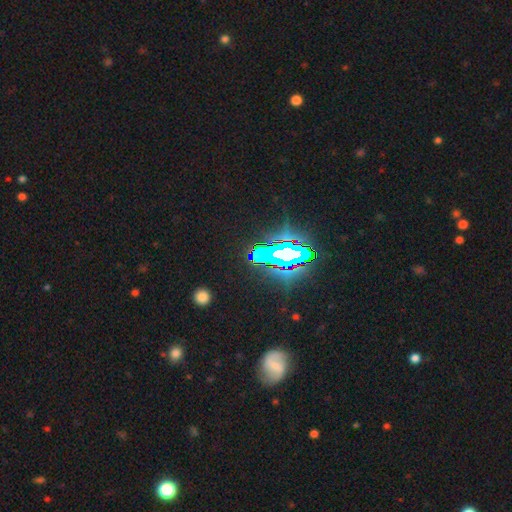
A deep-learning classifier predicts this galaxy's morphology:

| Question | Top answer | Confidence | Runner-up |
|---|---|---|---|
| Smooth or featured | star or artifact | 77% | smooth (13%) |